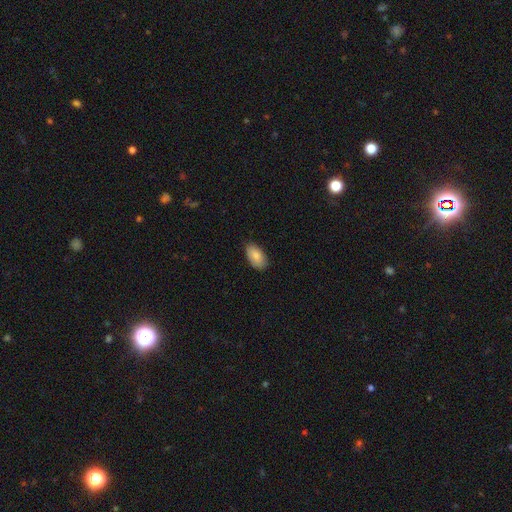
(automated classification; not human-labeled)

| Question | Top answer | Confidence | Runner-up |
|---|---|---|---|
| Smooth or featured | smooth | 86% | featured or disk (8%) |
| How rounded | in between | 95% | round (3%) |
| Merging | none | 84% | minor disturbance (13%) |